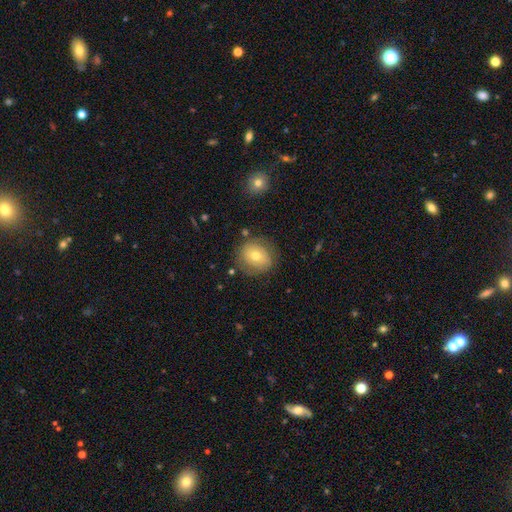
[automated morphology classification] A smooth galaxy with no disk features (59%) that is round (75%). Merging: none (76%).